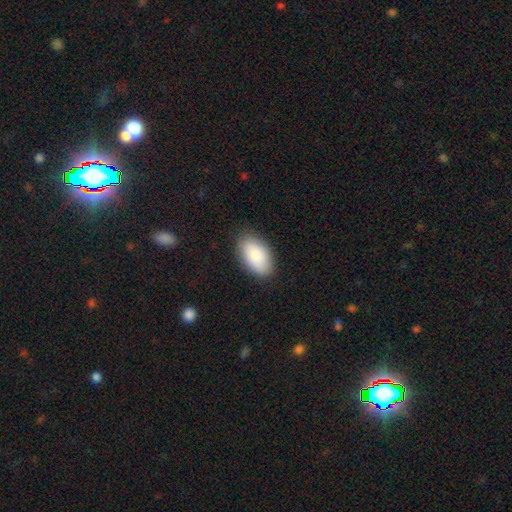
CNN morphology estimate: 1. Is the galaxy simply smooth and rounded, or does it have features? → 86% smooth, 8% featured or disk, 6% star or artifact.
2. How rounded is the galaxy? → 95% in between, 4% round, 2% cigar-shaped.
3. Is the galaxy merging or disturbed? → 87% none, 10% minor disturbance, 2% major disturbance, 1% merger.